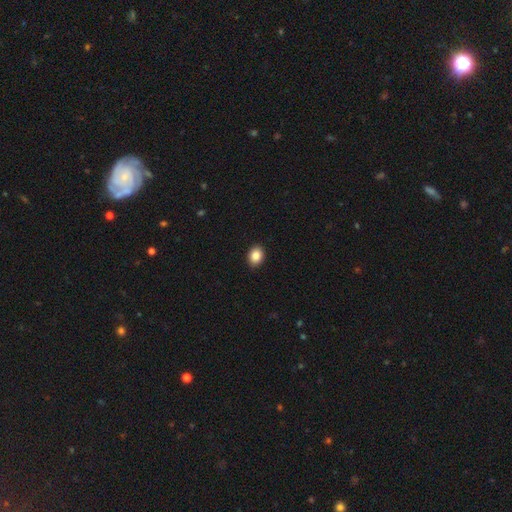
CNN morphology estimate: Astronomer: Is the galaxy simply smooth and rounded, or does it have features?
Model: smooth — 87%.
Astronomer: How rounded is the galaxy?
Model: in between — 58% (runner-up: round, 41%).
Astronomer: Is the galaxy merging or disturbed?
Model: none — 91%.